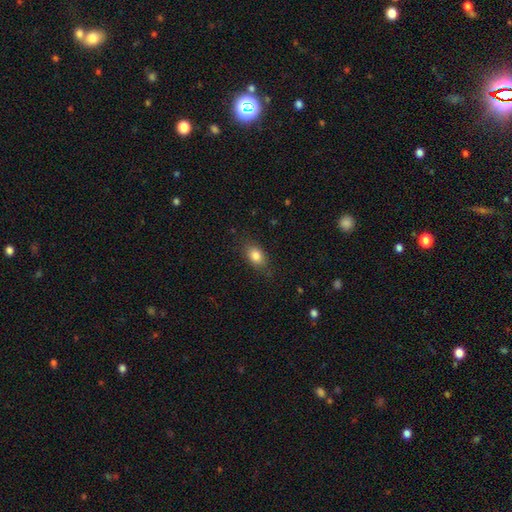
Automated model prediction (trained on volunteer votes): This is clearly a smooth galaxy (83%). How rounded: clearly in between (81%). Merging: clearly none (80%).